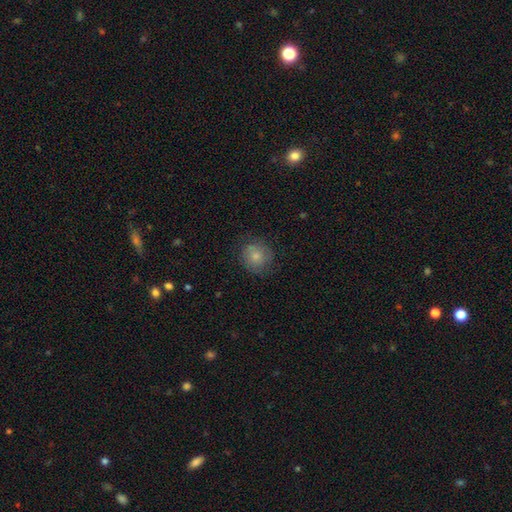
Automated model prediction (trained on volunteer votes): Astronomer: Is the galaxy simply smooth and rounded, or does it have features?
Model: smooth — 72%.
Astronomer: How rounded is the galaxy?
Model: round — 89%.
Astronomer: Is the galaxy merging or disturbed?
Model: none — 76%.